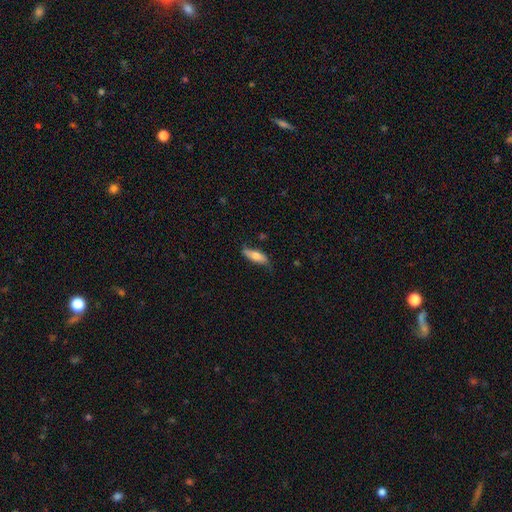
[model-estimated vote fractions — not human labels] The model was most divided on "how rounded": in between: 56%, cigar-shaped: 42%, round: 2%. More confident: merging — none (70%); smooth or featured — smooth (67%).